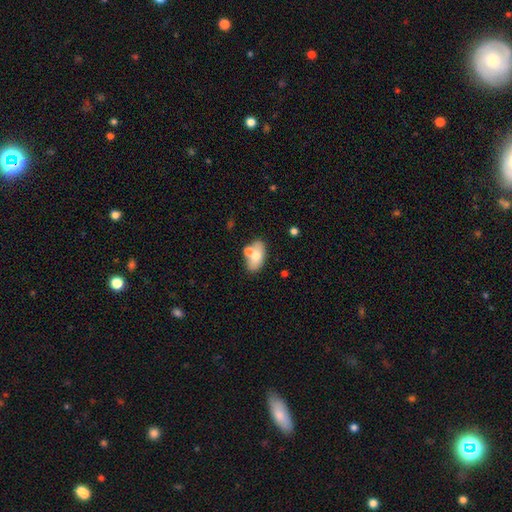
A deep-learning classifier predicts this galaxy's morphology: Smooth or featured? Predicted: smooth (p=0.68). How rounded? Predicted: in between (p=0.90). Merging? Predicted: none (p=0.61).